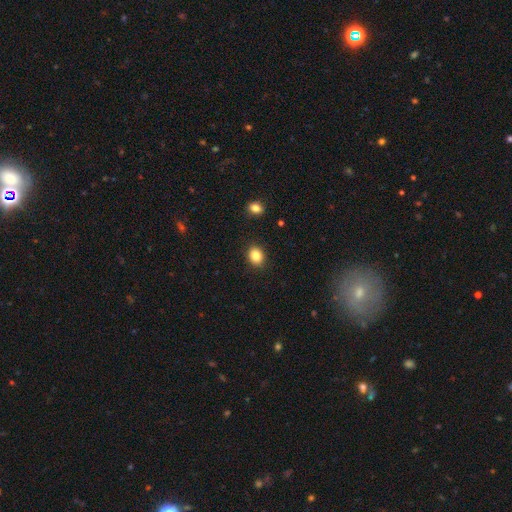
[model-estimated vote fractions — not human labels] smooth-or-featured: smooth: 85% | star or artifact: 10% | featured or disk: 5%
  how-rounded: in between: 50% | round: 49% | cigar-shaped: 1%
  merging: none: 89% | minor disturbance: 7% | major disturbance: 2% | merger: 1%